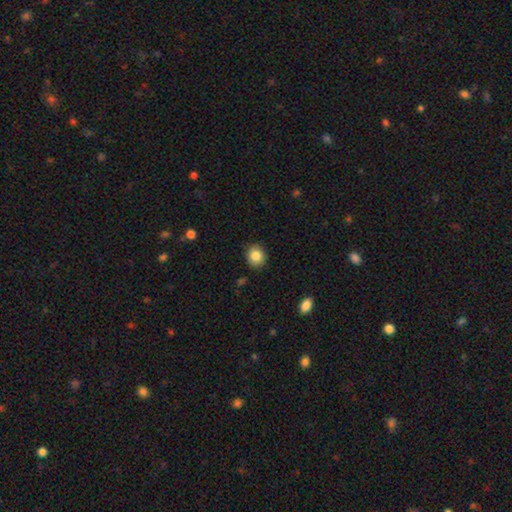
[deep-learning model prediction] Q: Smooth or featured?
A: smooth (84%); runner-up: star or artifact (9%)
Q: How rounded?
A: round (74%); runner-up: in between (25%)
Q: Merging?
A: none (88%); runner-up: minor disturbance (9%)